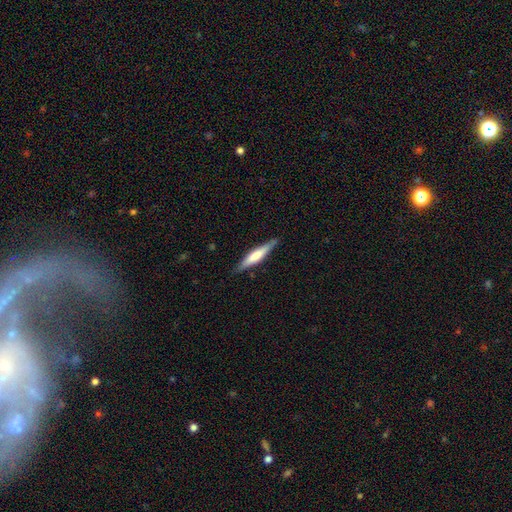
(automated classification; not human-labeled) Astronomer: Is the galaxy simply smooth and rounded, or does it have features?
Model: smooth — 48% (runner-up: featured or disk, 47%).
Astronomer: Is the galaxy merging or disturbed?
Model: none — 86%.